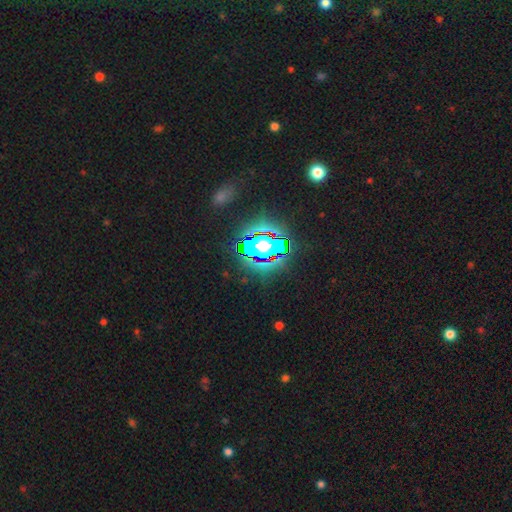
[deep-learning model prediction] Smooth or featured? star or artifact (82%)